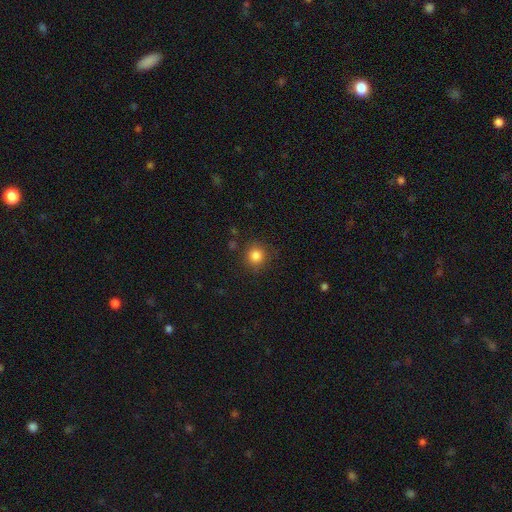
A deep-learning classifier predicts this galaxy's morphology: Smooth or featured: smooth — 84% (star or artifact — 12%)
How rounded: round — 92% (in between — 8%)
Merging: none — 87% (minor disturbance — 9%)